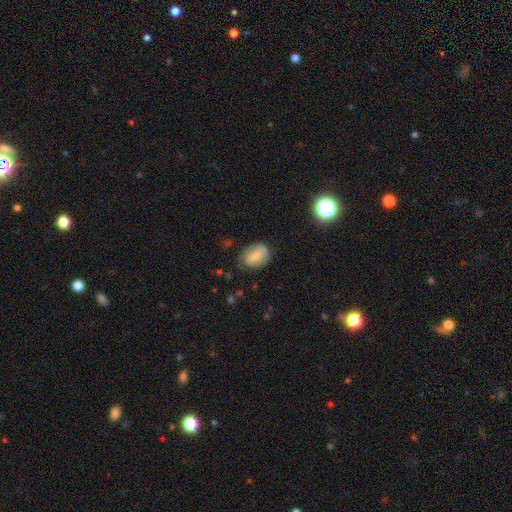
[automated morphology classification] Smooth or featured? Predicted: smooth (p=0.74). How rounded? Predicted: in between (p=0.74). Merging? Predicted: none (p=0.69).